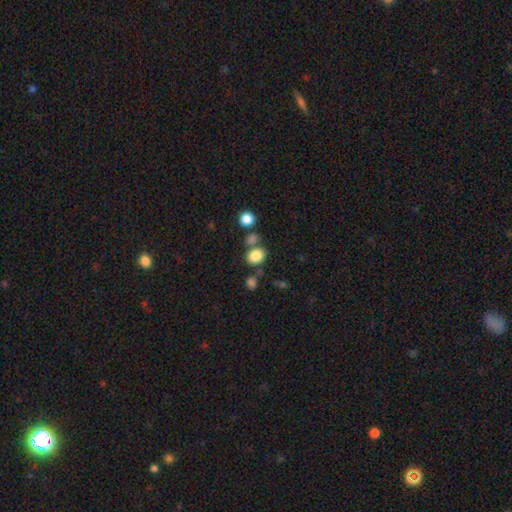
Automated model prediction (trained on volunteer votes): smooth-or-featured: smooth: 83% | star or artifact: 11% | featured or disk: 6%
  how-rounded: in between: 52% | round: 47% | cigar-shaped: 1%
  merging: none: 63% | merger: 20% | minor disturbance: 12% | major disturbance: 5%